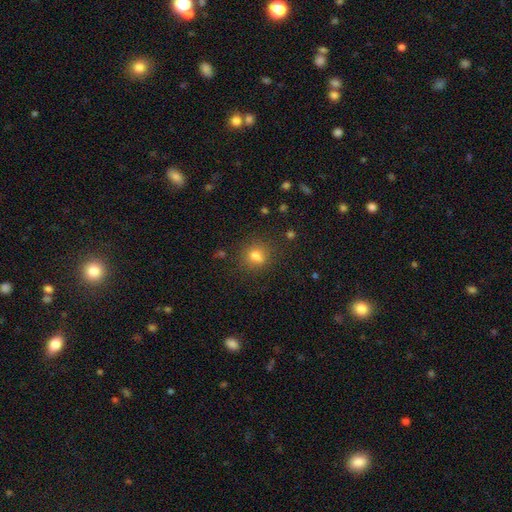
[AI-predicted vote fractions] Smooth or featured? Predicted: smooth (p=0.73). How rounded? Predicted: round (p=0.76). Merging? Predicted: none (p=0.68).